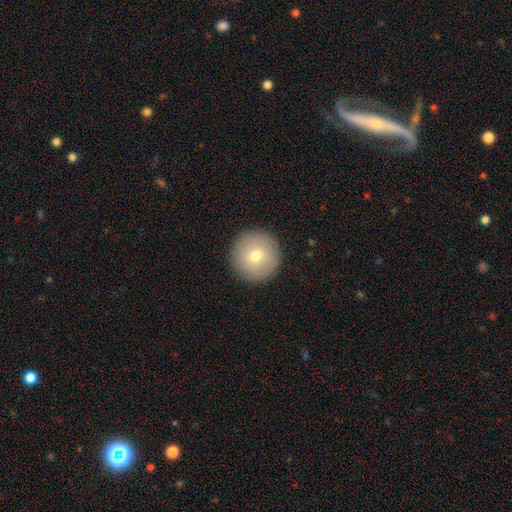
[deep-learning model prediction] Smooth or featured? smooth (73%)
How rounded? round (97%)
Merging? none (92%)